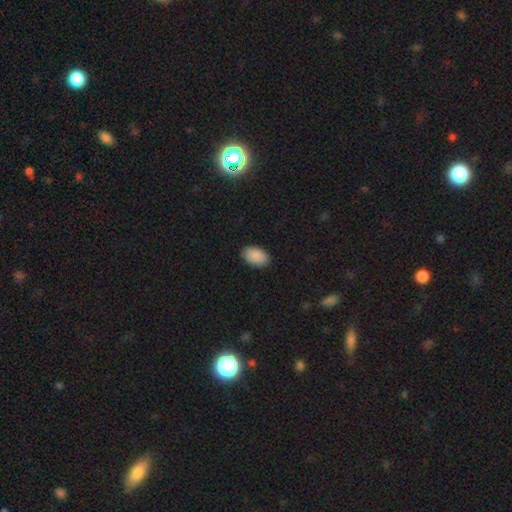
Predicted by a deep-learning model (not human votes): Smooth or featured?
  - smooth: 91% *
  - star or artifact: 7%
  - featured or disk: 3%
How rounded?
  - in between: 93% *
  - round: 6%
  - cigar-shaped: 1%
Merging?
  - none: 89% *
  - minor disturbance: 9%
  - major disturbance: 2%
  - merger: 1%